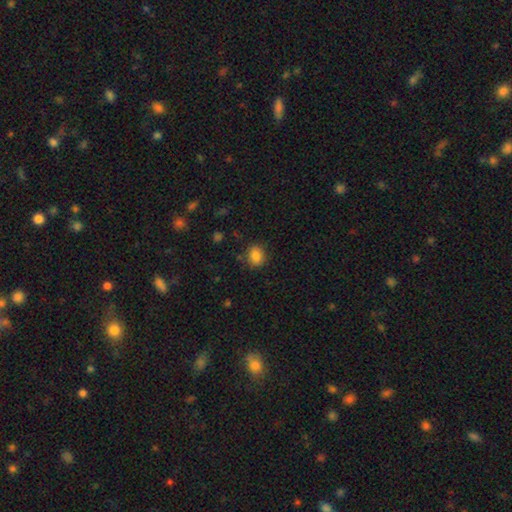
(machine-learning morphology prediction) type=smooth (86%); roundness=round (60%); merging=none (84%).